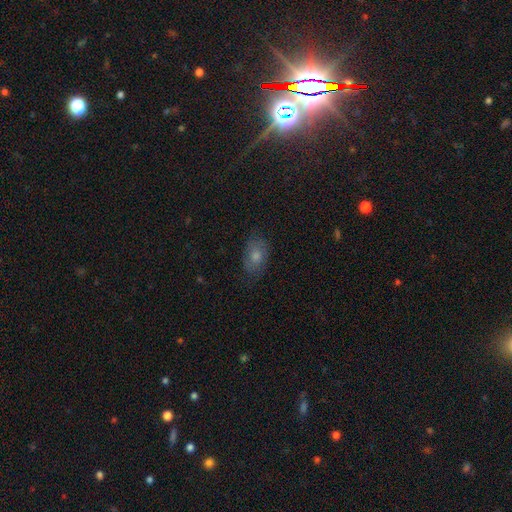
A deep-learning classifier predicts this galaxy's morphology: A smooth galaxy with no disk features (67%) that is in between round and cigar-shaped (84%).

Vote fractions:
- Smooth or featured? smooth: 67% / featured or disk: 23% / star or artifact: 10%
- How rounded? in between: 84% / round: 14% / cigar-shaped: 2%
- Merging? none: 75% / minor disturbance: 19% / major disturbance: 6% / merger: 1%